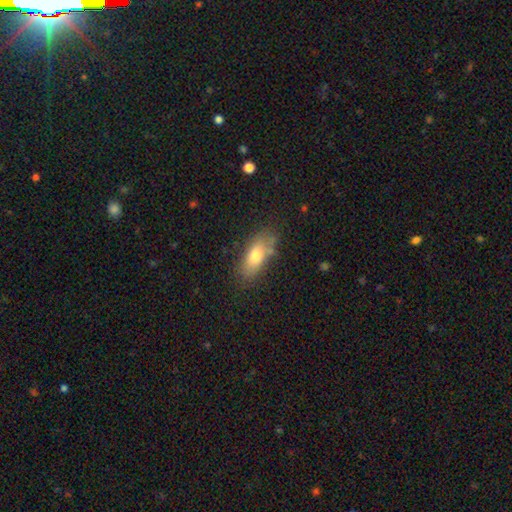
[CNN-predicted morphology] Smooth or featured?
  - smooth: 73% *
  - featured or disk: 19%
  - star or artifact: 8%
How rounded?
  - in between: 82% *
  - cigar-shaped: 14%
  - round: 4%
Merging?
  - none: 71% *
  - minor disturbance: 20%
  - major disturbance: 5%
  - merger: 4%